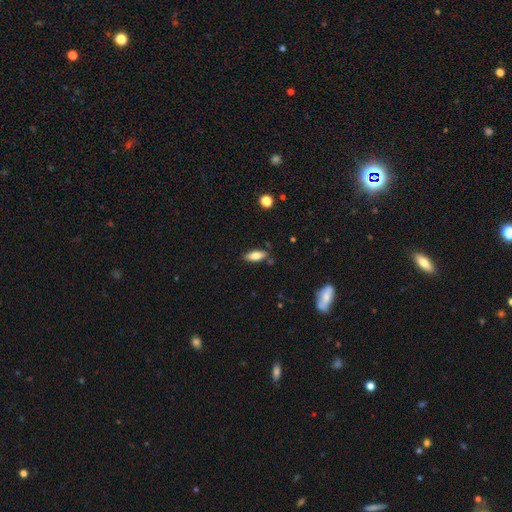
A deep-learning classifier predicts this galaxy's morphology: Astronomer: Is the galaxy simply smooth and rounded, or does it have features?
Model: smooth — 76%.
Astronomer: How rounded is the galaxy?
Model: in between — 74%.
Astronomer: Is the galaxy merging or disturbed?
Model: none — 81%.